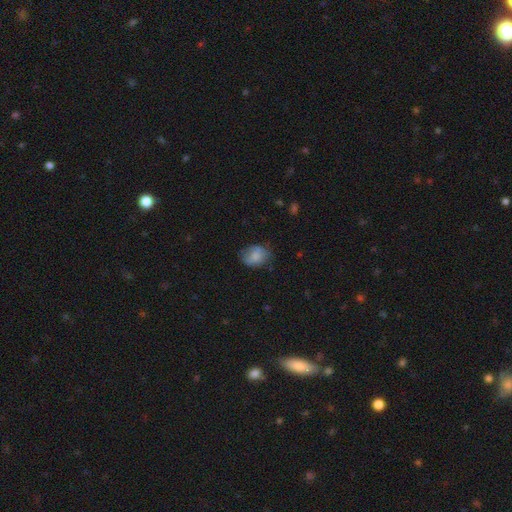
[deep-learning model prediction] Smooth or featured? smooth (77%)
How rounded? in between (60%)
Merging? none (66%)